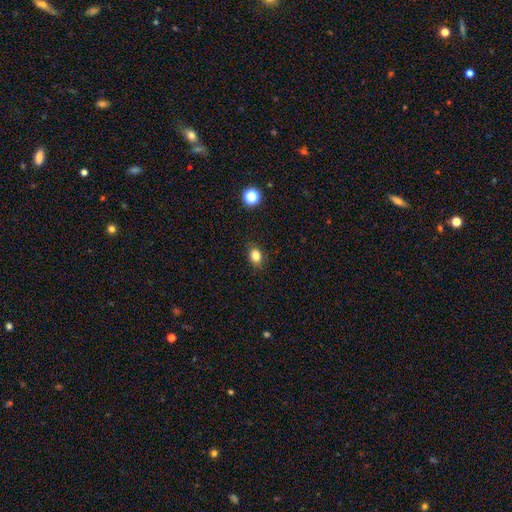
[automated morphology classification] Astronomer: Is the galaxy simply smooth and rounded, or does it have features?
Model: smooth — 83%.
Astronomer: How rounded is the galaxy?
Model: in between — 64%.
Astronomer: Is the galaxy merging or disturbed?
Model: none — 86%.